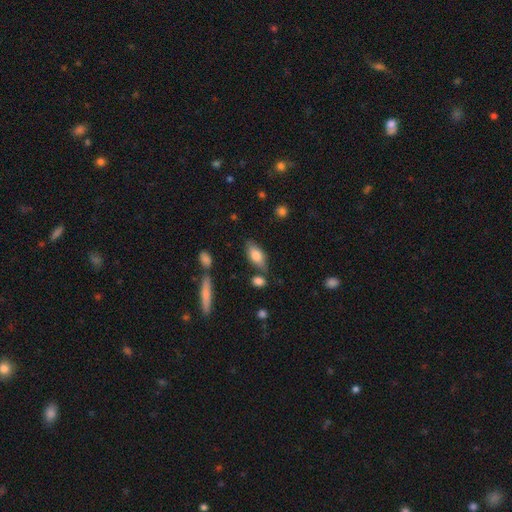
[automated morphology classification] Smooth or featured?
  - smooth: 75% *
  - featured or disk: 18%
  - star or artifact: 7%
How rounded?
  - in between: 83% *
  - cigar-shaped: 14%
  - round: 3%
Merging?
  - none: 73% *
  - minor disturbance: 16%
  - merger: 8%
  - major disturbance: 4%